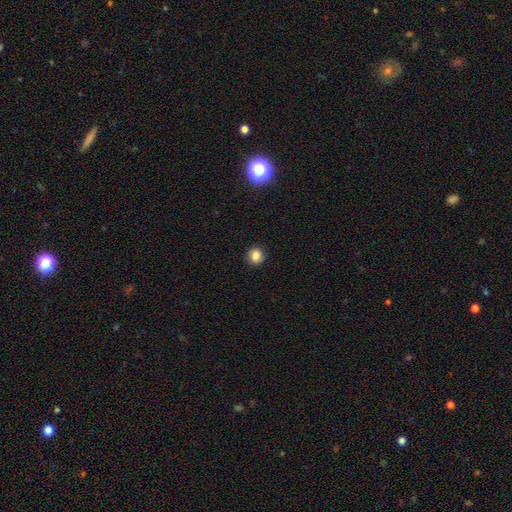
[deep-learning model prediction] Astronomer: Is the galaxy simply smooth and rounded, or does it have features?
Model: smooth — 84%.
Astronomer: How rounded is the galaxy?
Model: round — 81%.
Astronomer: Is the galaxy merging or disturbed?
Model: none — 85%.